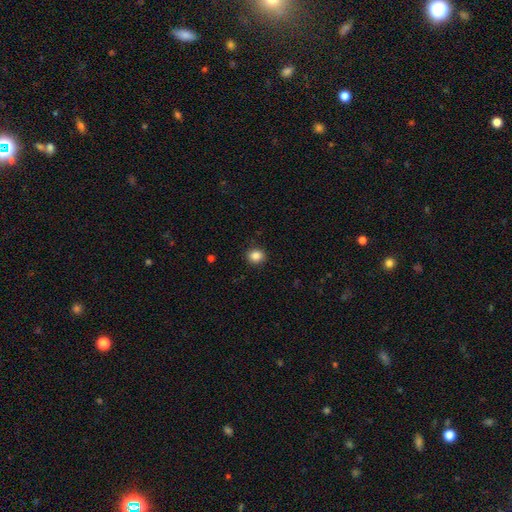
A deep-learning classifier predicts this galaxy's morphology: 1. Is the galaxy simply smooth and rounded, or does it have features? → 86% smooth, 10% star or artifact, 4% featured or disk.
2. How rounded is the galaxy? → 73% round, 27% in between, 1% cigar-shaped.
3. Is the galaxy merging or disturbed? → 90% none, 7% minor disturbance, 2% major disturbance, 1% merger.